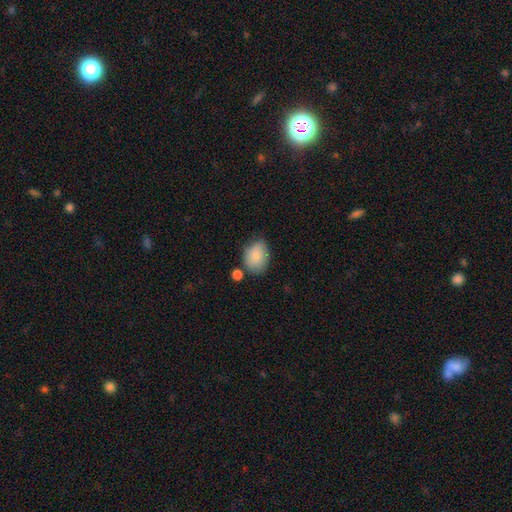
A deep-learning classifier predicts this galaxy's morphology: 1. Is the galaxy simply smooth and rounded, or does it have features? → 84% smooth, 9% featured or disk, 7% star or artifact.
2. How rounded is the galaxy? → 71% in between, 28% round, 1% cigar-shaped.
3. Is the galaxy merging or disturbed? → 64% none, 22% minor disturbance, 9% merger, 5% major disturbance.